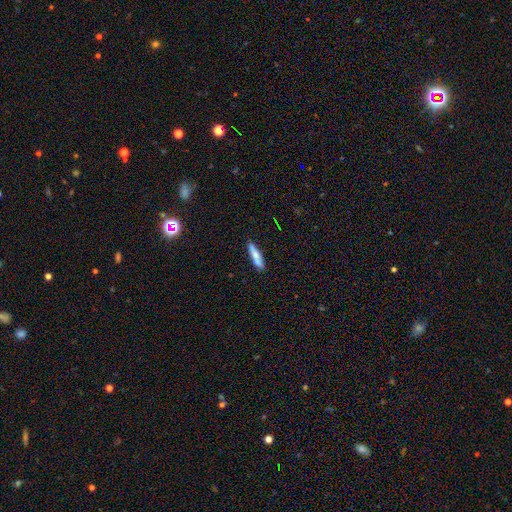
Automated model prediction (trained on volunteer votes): This appears to be a smooth galaxy with no disk features (72%) that is cigar-shaped (84%). Merging: none (82%).